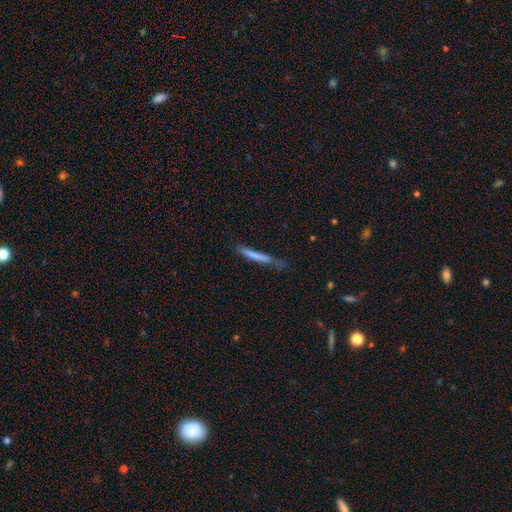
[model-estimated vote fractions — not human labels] This appears to be a smooth galaxy with no disk features (69%) that is cigar-shaped (95%). Merging: none (61%).